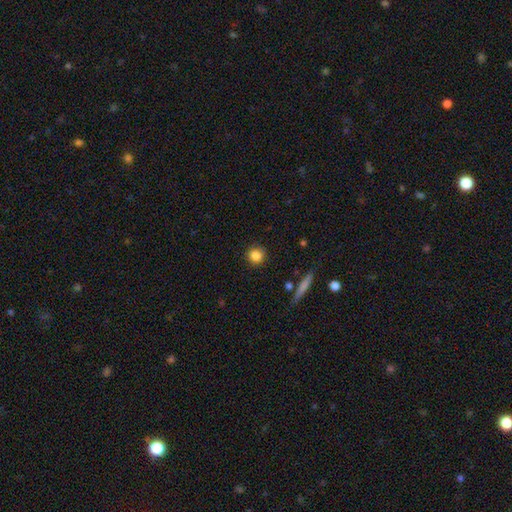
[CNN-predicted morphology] Q: Smooth or featured?
A: smooth (84%); runner-up: star or artifact (10%)
Q: How rounded?
A: round (92%); runner-up: in between (7%)
Q: Merging?
A: none (88%); runner-up: minor disturbance (8%)